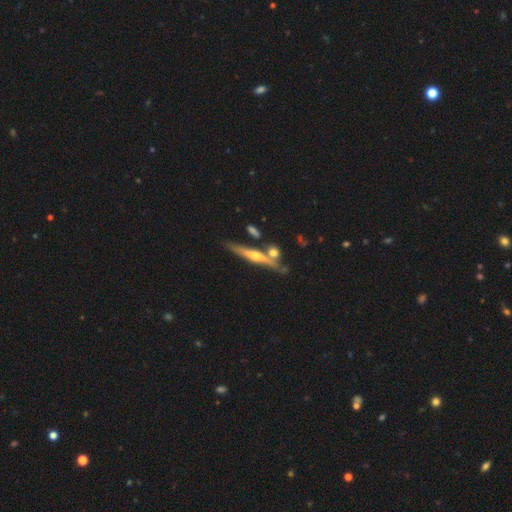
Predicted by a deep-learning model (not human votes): The model was most divided on "smooth or featured": featured or disk: 73%, smooth: 20%, star or artifact: 7%. More confident: edge-on disk — yes (95%); edge-on bulge — rounded (84%); merging — none (72%).